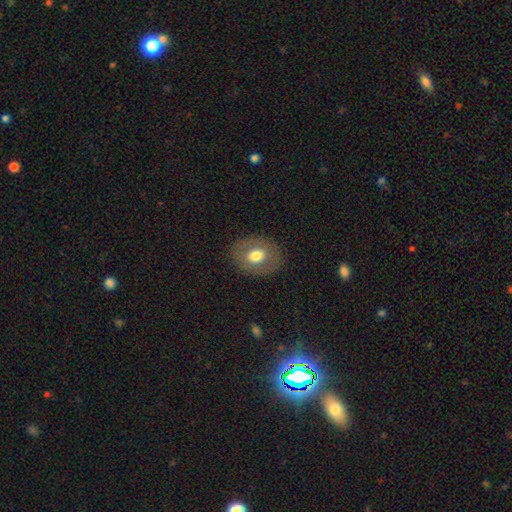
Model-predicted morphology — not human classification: This appears to be a smooth galaxy with no disk features (67%) that is in between round and cigar-shaped (50%). Merging: none (85%).